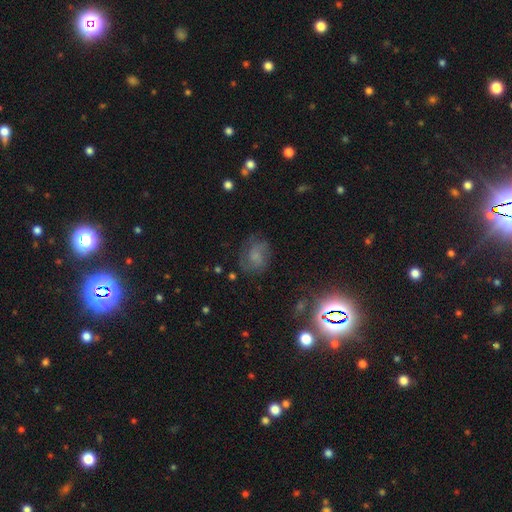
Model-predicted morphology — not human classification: smooth-or-featured: featured or disk: 50% | smooth: 32% | star or artifact: 18%
  disk-edge-on: no: 97% | yes: 3%
  merging: none: 68% | minor disturbance: 19% | major disturbance: 11% | merger: 2%